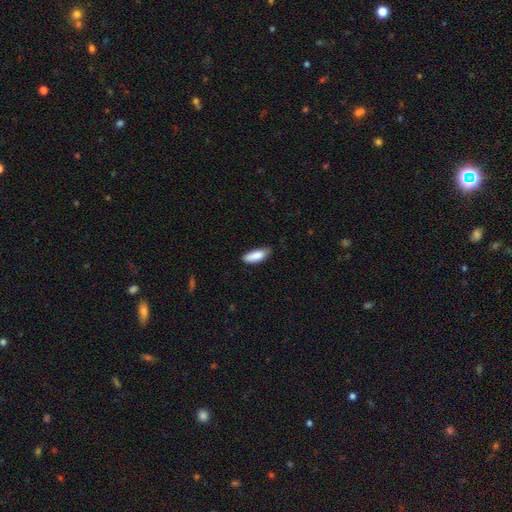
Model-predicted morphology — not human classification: smooth-or-featured: smooth: 87% | featured or disk: 7% | star or artifact: 6%
  how-rounded: in between: 71% | cigar-shaped: 28% | round: 2%
  merging: none: 61% | minor disturbance: 32% | major disturbance: 5% | merger: 2%